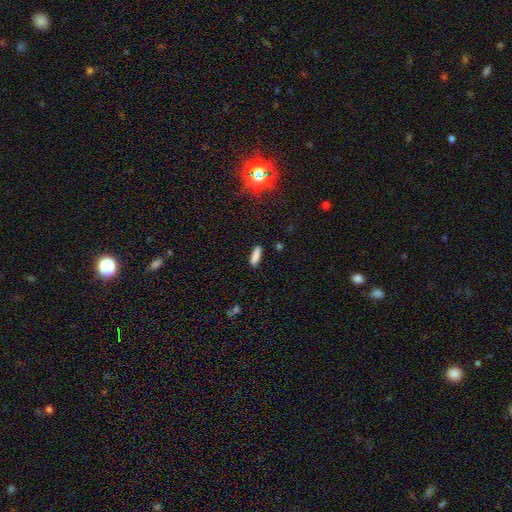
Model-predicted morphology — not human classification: Q: Smooth or featured?
A: smooth (85%); runner-up: star or artifact (9%)
Q: How rounded?
A: cigar-shaped (61%); runner-up: in between (37%)
Q: Merging?
A: none (85%); runner-up: minor disturbance (11%)